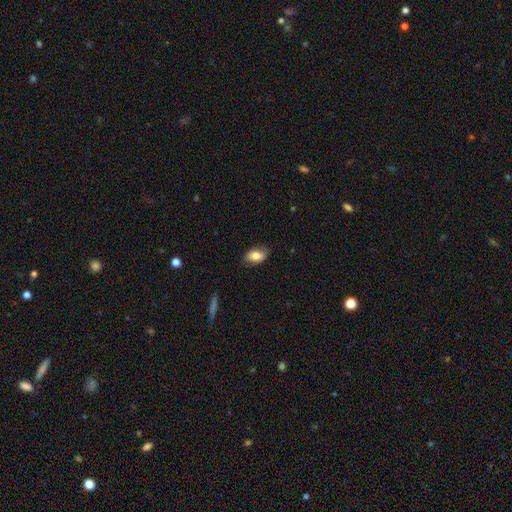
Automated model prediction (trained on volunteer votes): Q: Smooth or featured?
A: smooth (80%); runner-up: featured or disk (13%)
Q: How rounded?
A: in between (91%); runner-up: round (6%)
Q: Merging?
A: none (81%); runner-up: minor disturbance (15%)